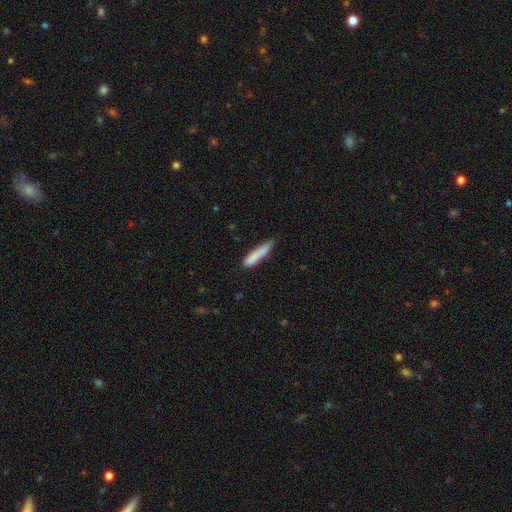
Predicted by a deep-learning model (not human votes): smooth-or-featured: smooth: 80% | featured or disk: 13% | star or artifact: 6%
  how-rounded: cigar-shaped: 86% | in between: 13% | round: 1%
  merging: none: 62% | minor disturbance: 29% | major disturbance: 5% | merger: 4%